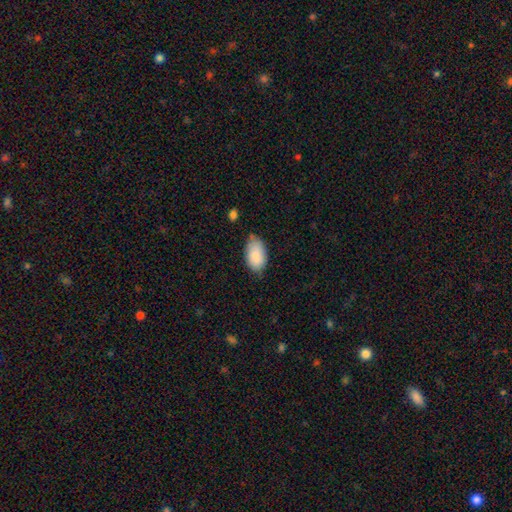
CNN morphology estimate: Smooth or featured: smooth — 88% (star or artifact — 6%)
How rounded: in between — 95% (round — 4%)
Merging: none — 69% (minor disturbance — 25%)